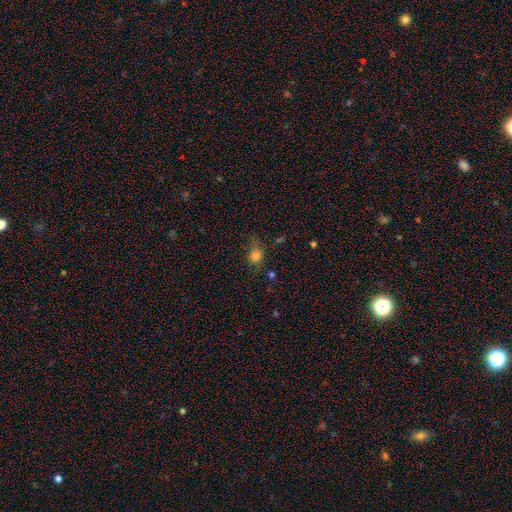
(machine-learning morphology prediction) Smooth or featured: smooth — 79% (star or artifact — 14%)
How rounded: round — 65% (in between — 33%)
Merging: none — 54% (minor disturbance — 29%)